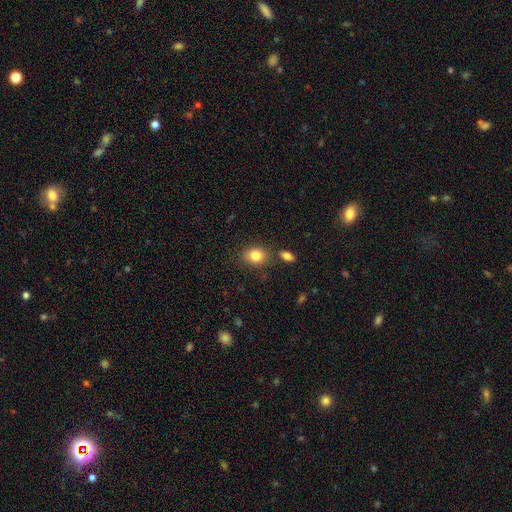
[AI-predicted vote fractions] Morphology: type=smooth (83%); roundness=in between (55%); merging=none (77%).